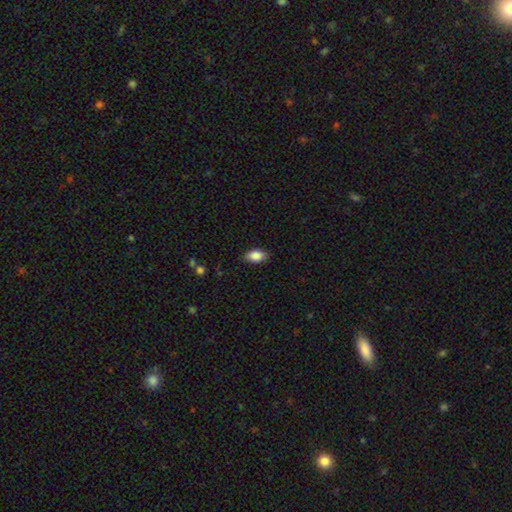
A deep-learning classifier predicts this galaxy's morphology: Q: Smooth or featured?
A: smooth (87%); runner-up: star or artifact (7%)
Q: How rounded?
A: in between (92%); runner-up: round (6%)
Q: Merging?
A: none (84%); runner-up: minor disturbance (12%)